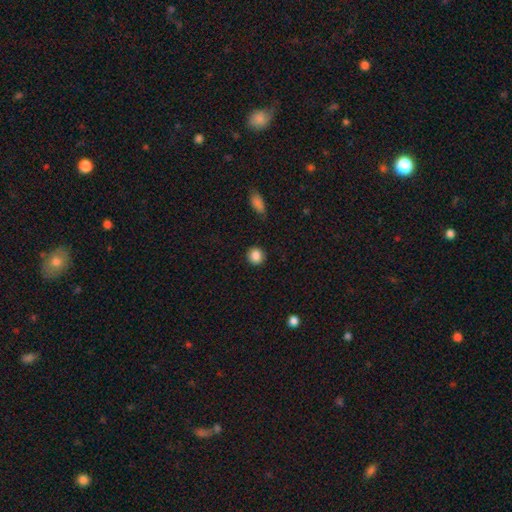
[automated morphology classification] Smooth or featured? smooth (87%)
How rounded? round (90%)
Merging? none (90%)